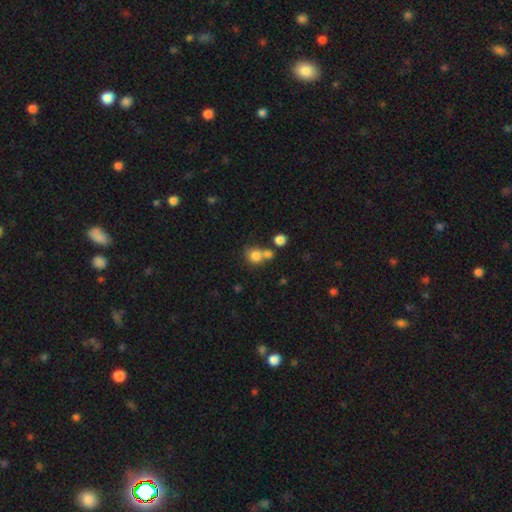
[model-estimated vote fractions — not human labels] The model was most divided on "merging": none: 43%, merger: 40%, minor disturbance: 11%, major disturbance: 6%. More confident: smooth or featured — smooth (79%); how rounded — round (76%).